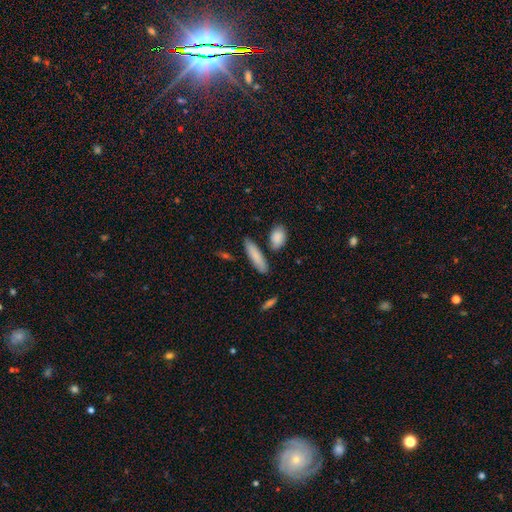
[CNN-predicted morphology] This is clearly a smooth galaxy (81%). How rounded: likely cigar-shaped (69%). Merging: clearly none (80%).